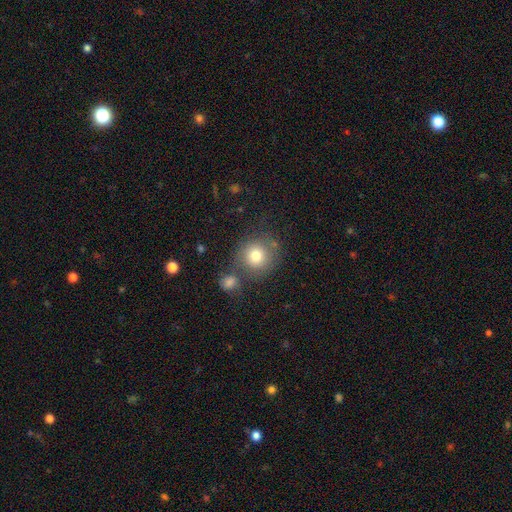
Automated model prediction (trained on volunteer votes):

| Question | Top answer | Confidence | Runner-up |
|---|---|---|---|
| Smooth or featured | smooth | 77% | featured or disk (12%) |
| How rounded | round | 90% | in between (9%) |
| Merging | none | 65% | merger (18%) |